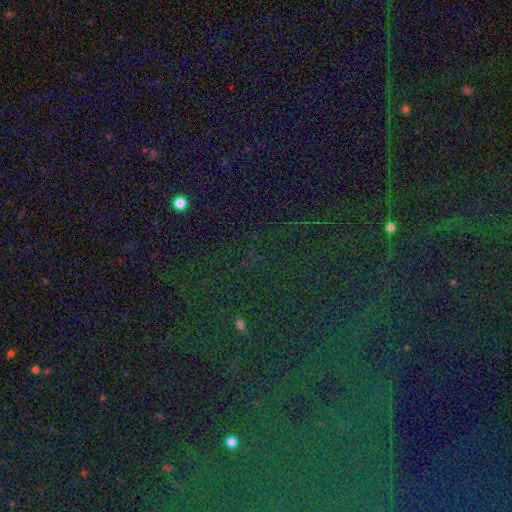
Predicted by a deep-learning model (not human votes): Overall: star or artifact (82%).